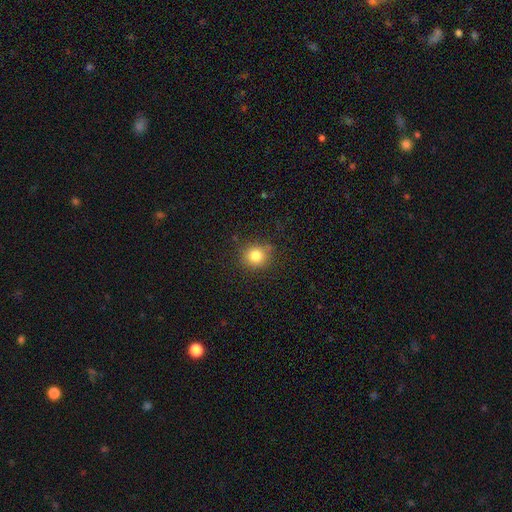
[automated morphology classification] This is clearly a smooth galaxy (82%). How rounded: clearly round (88%). Merging: clearly none (84%).